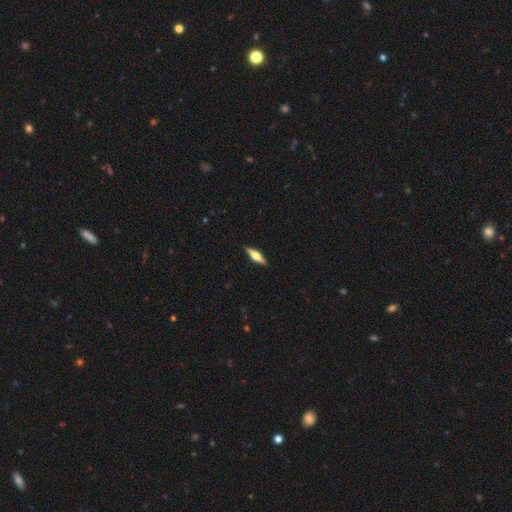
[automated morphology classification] This is likely a featured or disk galaxy (61%). It is clearly viewed edge-on (96%). Edge-on bulge: clearly rounded (91%). Merging: clearly none (90%).